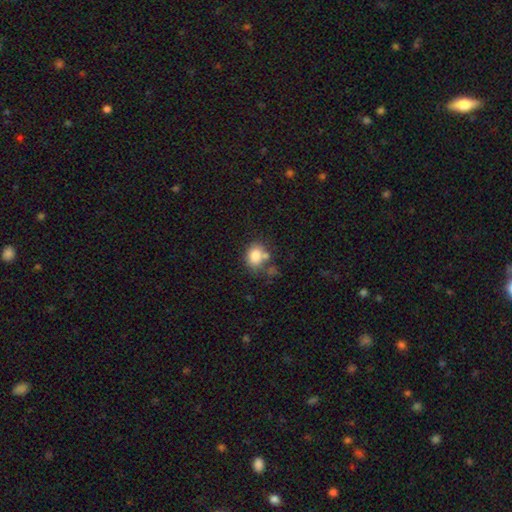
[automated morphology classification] This is clearly a smooth galaxy (82%). How rounded: possibly in between (51%). Merging: possibly none (53%).